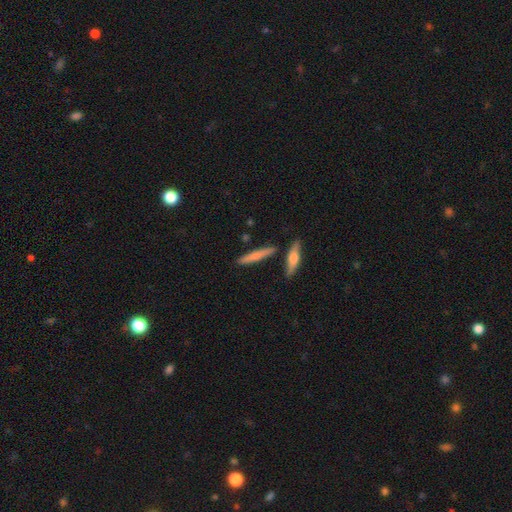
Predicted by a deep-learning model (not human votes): Smooth or featured? smooth (59%)
How rounded? cigar-shaped (89%)
Merging? none (81%)